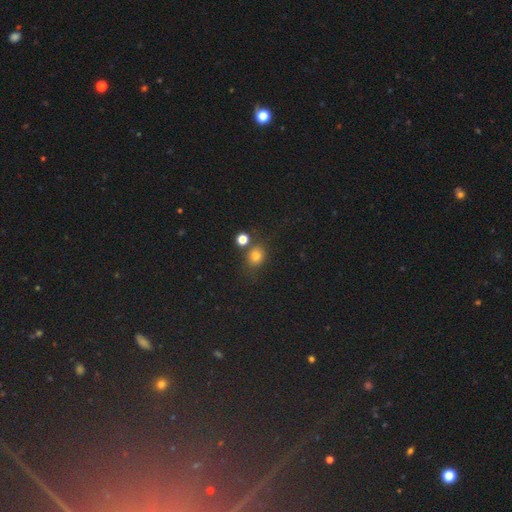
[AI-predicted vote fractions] smooth 77%, star or artifact 16%, featured or disk 7%. Down the decision tree: how rounded — round (68%); merging — none (70%).